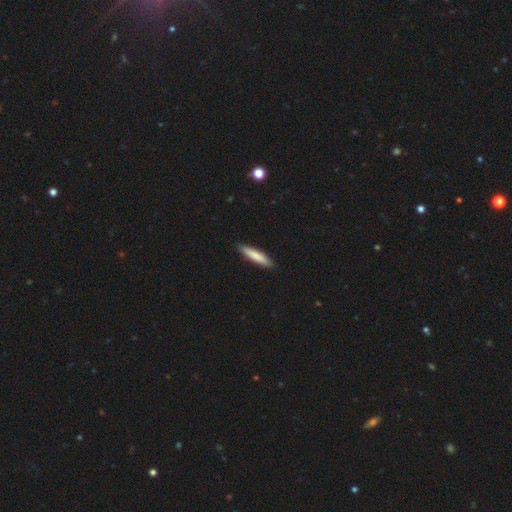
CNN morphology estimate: Smooth or featured? smooth (80%)
How rounded? cigar-shaped (87%)
Merging? none (90%)